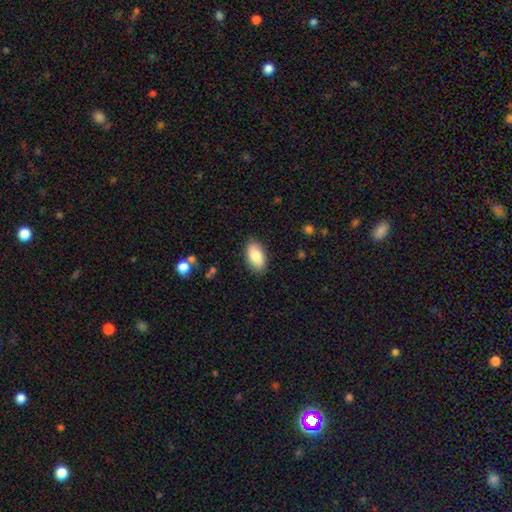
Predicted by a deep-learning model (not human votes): Morphology: type=smooth (84%); roundness=in between (94%); merging=none (87%).